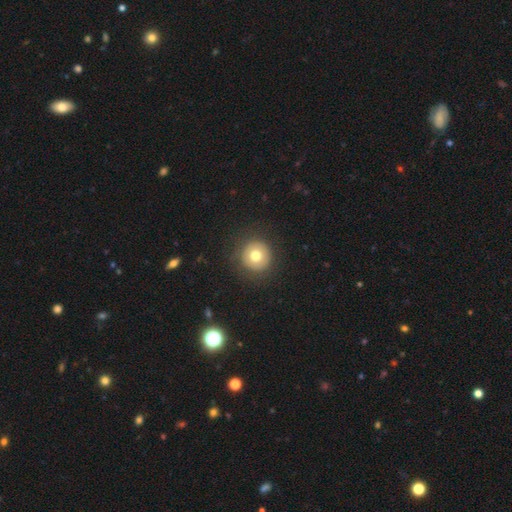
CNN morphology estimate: smooth-or-featured: smooth: 72% | featured or disk: 18% | star or artifact: 11%
  how-rounded: round: 95% | in between: 4% | cigar-shaped: 1%
  merging: none: 87% | minor disturbance: 8% | major disturbance: 4% | merger: 1%